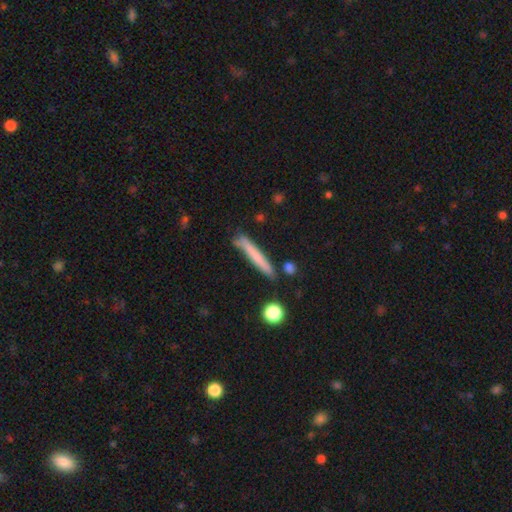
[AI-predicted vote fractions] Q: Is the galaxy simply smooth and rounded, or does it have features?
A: smooth — 66%.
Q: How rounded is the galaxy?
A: cigar-shaped — 95%.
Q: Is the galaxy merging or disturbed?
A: none — 78%.